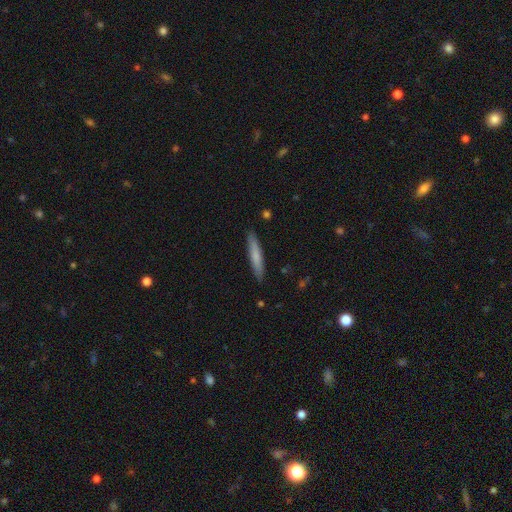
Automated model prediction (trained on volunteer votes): smooth 73%, featured or disk 21%, star or artifact 5%. Down the decision tree: how rounded — cigar-shaped (92%); merging — none (89%).